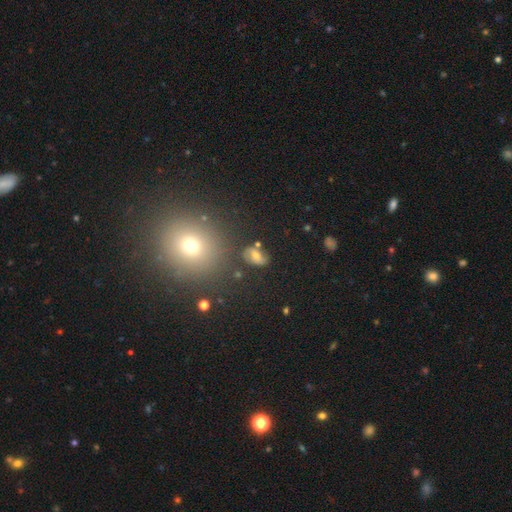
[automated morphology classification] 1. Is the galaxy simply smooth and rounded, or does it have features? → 54% smooth, 30% featured or disk, 16% star or artifact.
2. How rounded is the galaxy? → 80% in between, 17% round, 3% cigar-shaped.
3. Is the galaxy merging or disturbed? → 70% none, 17% minor disturbance, 7% major disturbance, 6% merger.